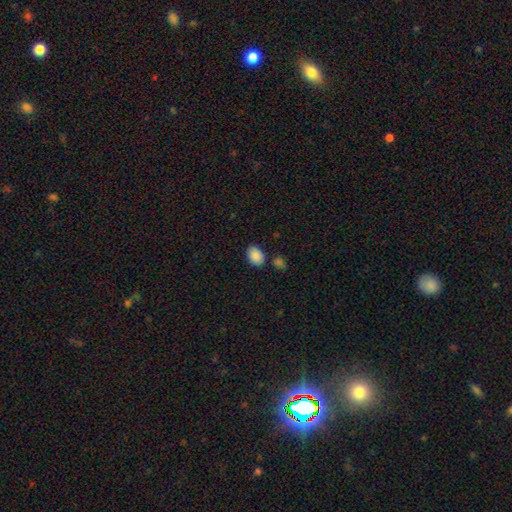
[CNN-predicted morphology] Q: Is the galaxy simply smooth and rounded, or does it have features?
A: smooth — 89%.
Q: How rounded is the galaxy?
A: in between — 82%.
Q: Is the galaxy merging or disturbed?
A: none — 80%.